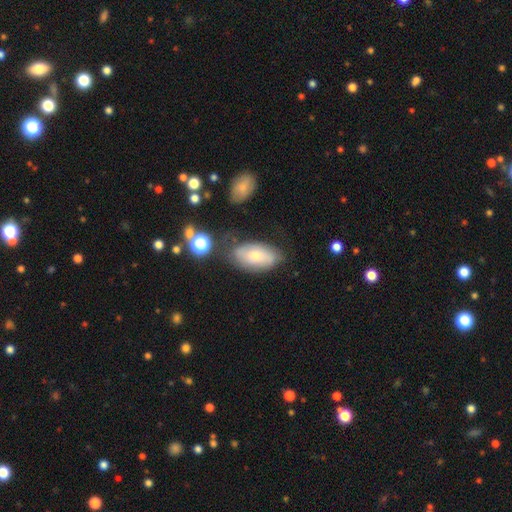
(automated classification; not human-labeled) This appears to be a smooth galaxy with no disk features (62%) that is in between round and cigar-shaped (92%). Merging: none (64%).